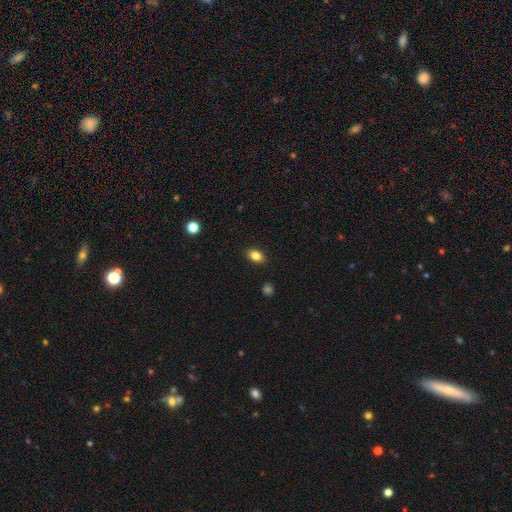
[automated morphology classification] type=smooth (83%); roundness=in between (84%); merging=none (88%).